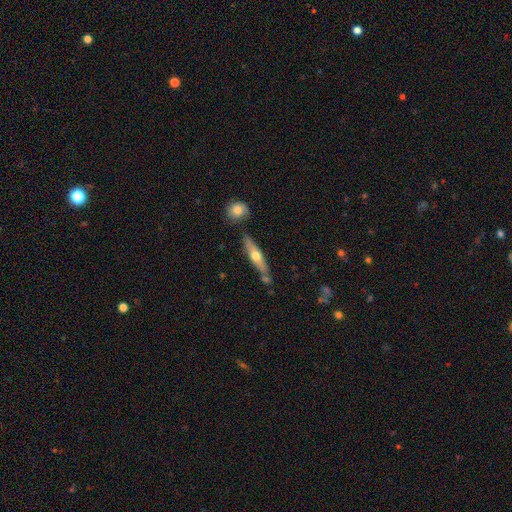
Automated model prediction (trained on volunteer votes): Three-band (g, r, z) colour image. It shows a featured or disk galaxy (49%). Merging: none (72%).